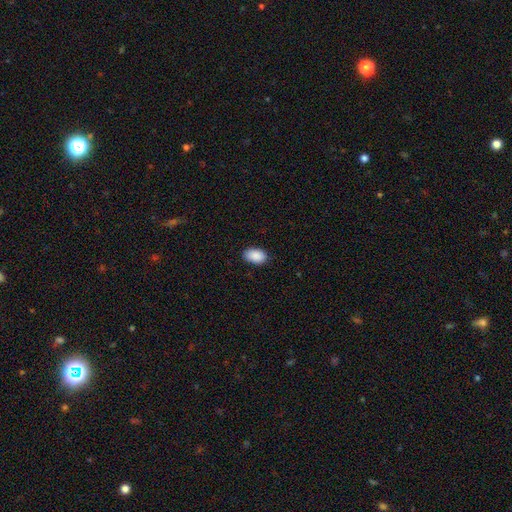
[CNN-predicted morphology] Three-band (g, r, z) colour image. It shows a smooth galaxy with no disk features (91%) that is in between round and cigar-shaped (93%). Merging: none (87%).